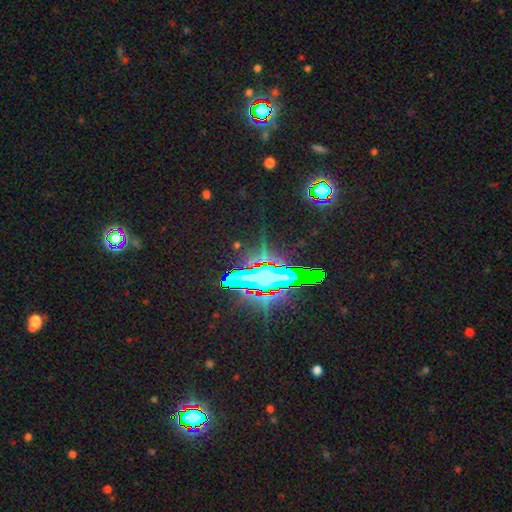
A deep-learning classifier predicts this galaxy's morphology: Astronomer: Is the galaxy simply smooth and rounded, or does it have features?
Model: star or artifact — 75%.